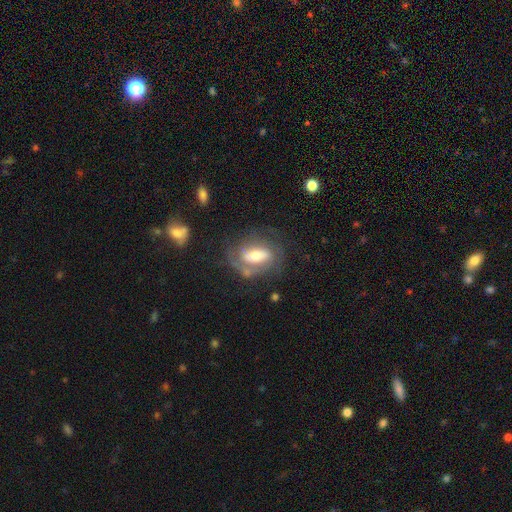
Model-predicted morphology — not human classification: smooth_or_featured: featured or disk (p=0.65) [alt: smooth p=0.27]
disk_edge_on: no (p=0.92) [alt: yes p=0.08]
bar: weak (p=0.38) [alt: strong p=0.32]
has_spiral_arms: yes (p=0.78) [alt: no p=0.22]
bulge_size: moderate (p=0.53) [alt: small p=0.25]
merging: none (p=0.57) [alt: minor disturbance p=0.21]